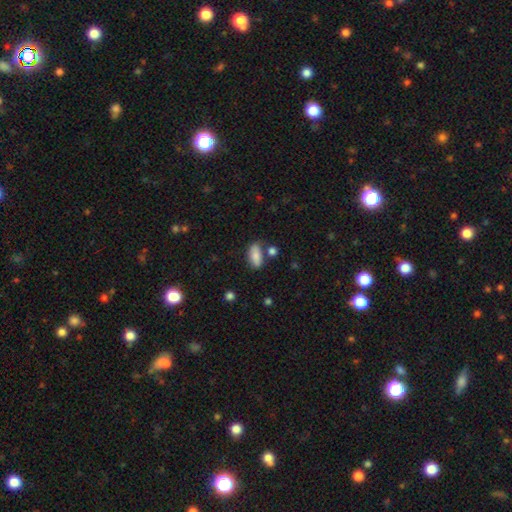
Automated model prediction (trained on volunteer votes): This appears to be a smooth galaxy with no disk features (84%) that is in between round and cigar-shaped (83%). Merging: none (66%).